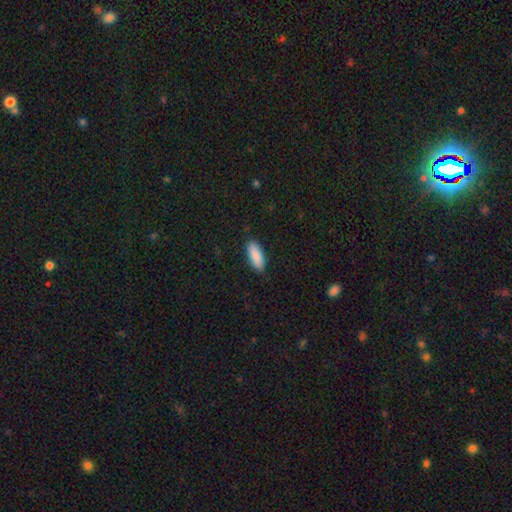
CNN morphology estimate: Q: Smooth or featured?
A: smooth (90%); runner-up: star or artifact (6%)
Q: How rounded?
A: in between (76%); runner-up: cigar-shaped (22%)
Q: Merging?
A: none (88%); runner-up: minor disturbance (9%)